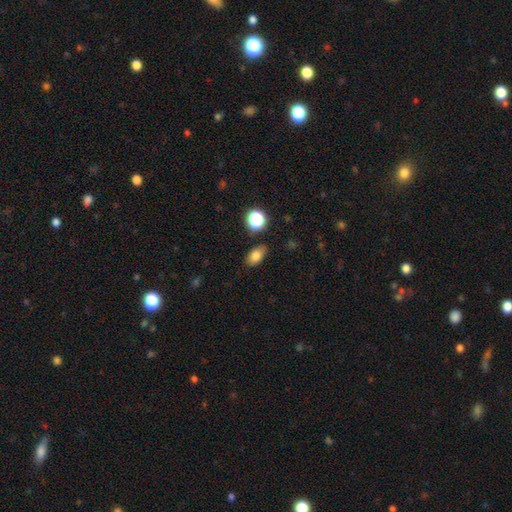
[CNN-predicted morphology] Smooth or featured? smooth (78%)
How rounded? in between (85%)
Merging? none (83%)